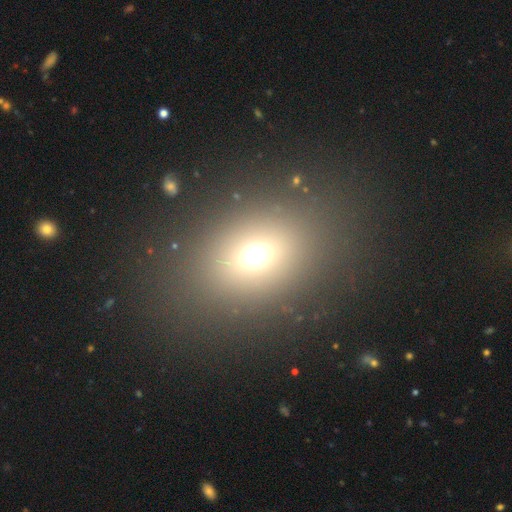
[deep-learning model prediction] smooth 67%, star or artifact 21%, featured or disk 13%. Down the decision tree: how rounded — in between (61%); merging — none (84%).